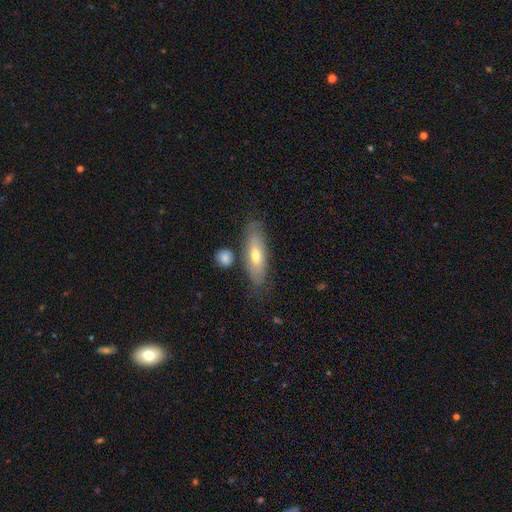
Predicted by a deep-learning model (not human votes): Smooth or featured? Predicted: smooth (p=0.54). How rounded? Predicted: in between (p=0.56). Merging? Predicted: none (p=0.74).